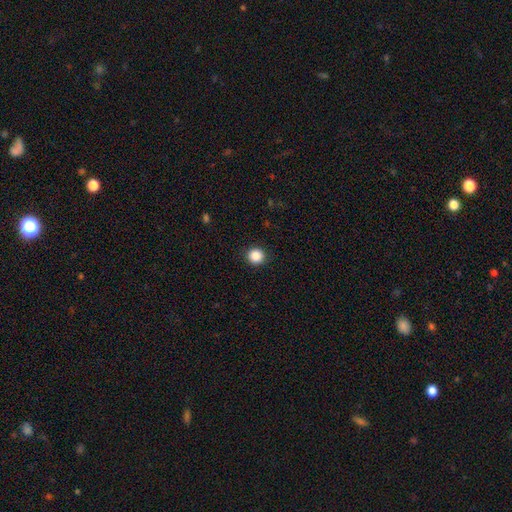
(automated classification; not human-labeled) Smooth or featured: smooth — 87% (star or artifact — 10%)
How rounded: round — 92% (in between — 7%)
Merging: none — 91% (minor disturbance — 6%)